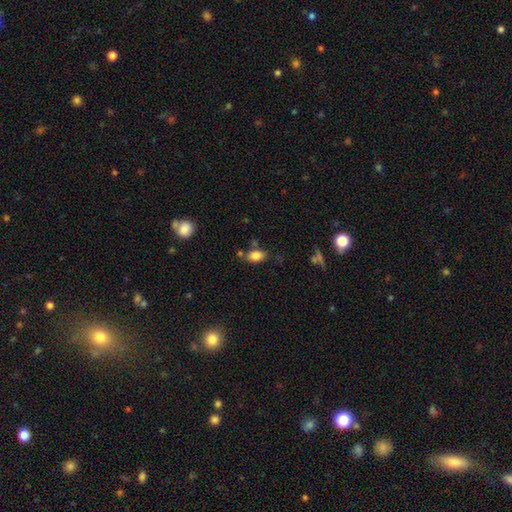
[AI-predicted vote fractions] A smooth galaxy with no disk features (83%) that is in between round and cigar-shaped (86%).

Vote fractions:
- Smooth or featured? smooth: 83% / star or artifact: 10% / featured or disk: 8%
- How rounded? in between: 86% / round: 12% / cigar-shaped: 2%
- Merging? none: 67% / minor disturbance: 17% / merger: 11% / major disturbance: 5%